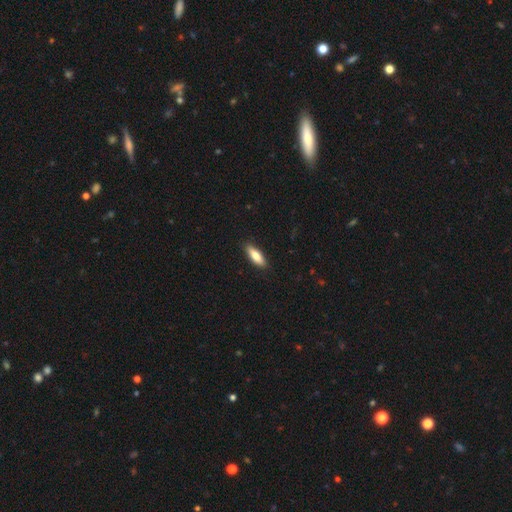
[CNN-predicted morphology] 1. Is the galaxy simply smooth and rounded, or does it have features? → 77% smooth, 17% featured or disk, 6% star or artifact.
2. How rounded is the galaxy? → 53% in between, 45% cigar-shaped, 2% round.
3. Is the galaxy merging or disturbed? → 89% none, 9% minor disturbance, 2% major disturbance, 1% merger.